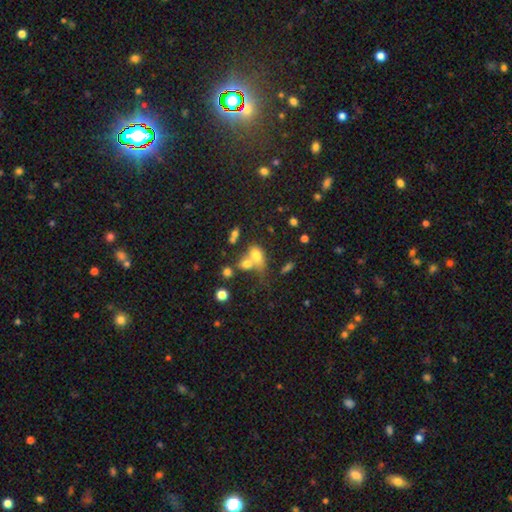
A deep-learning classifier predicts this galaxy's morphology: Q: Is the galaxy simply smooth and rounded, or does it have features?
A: smooth — 70%.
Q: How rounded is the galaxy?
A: in between — 78%.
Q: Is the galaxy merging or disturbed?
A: merger — 52%.